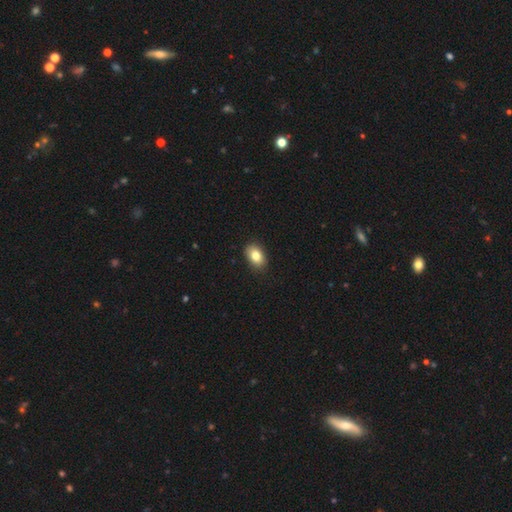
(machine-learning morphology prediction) Smooth or featured?
  - smooth: 83% *
  - featured or disk: 9%
  - star or artifact: 8%
How rounded?
  - in between: 85% *
  - round: 13%
  - cigar-shaped: 1%
Merging?
  - none: 89% *
  - minor disturbance: 9%
  - major disturbance: 2%
  - merger: 1%